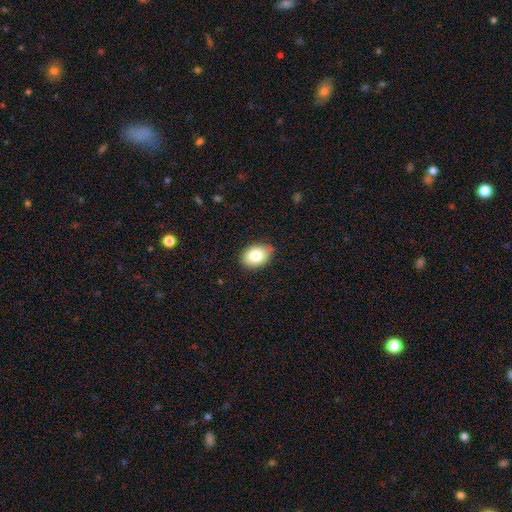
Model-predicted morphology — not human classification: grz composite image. It shows a smooth galaxy with no disk features (81%) that is in between round and cigar-shaped (74%). Merging: none (83%).